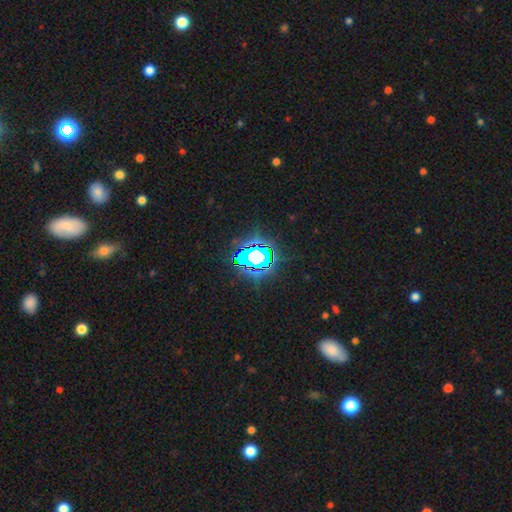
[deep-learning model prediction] Morphology: type=star or artifact (79%).